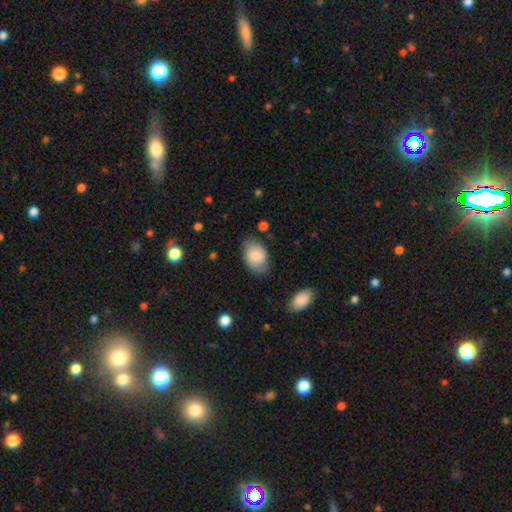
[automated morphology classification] A smooth galaxy with no disk features (82%) that is in between round and cigar-shaped (87%).

Vote fractions:
- Smooth or featured? smooth: 82% / featured or disk: 12% / star or artifact: 6%
- How rounded? in between: 87% / round: 12% / cigar-shaped: 1%
- Merging? none: 75% / minor disturbance: 18% / major disturbance: 4% / merger: 2%